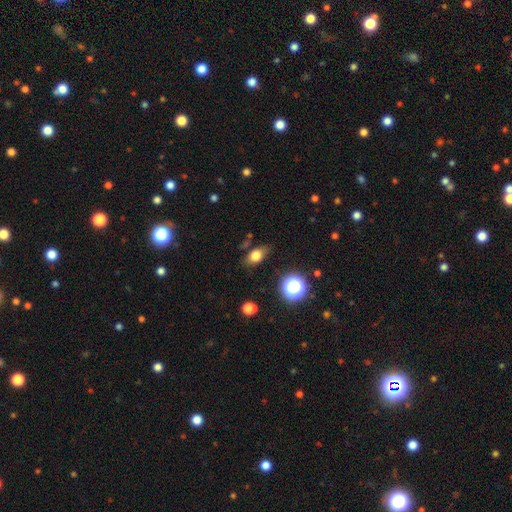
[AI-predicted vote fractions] smooth_or_featured: smooth (p=0.76) [alt: star or artifact p=0.12]
how_rounded: in between (p=0.78) [alt: round p=0.18]
merging: none (p=0.78) [alt: minor disturbance p=0.16]